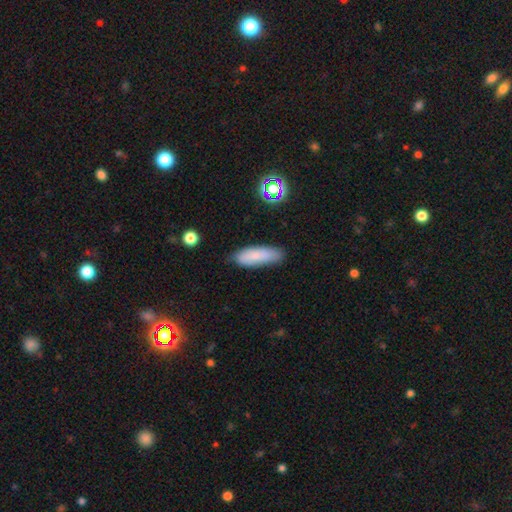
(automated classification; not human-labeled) Smooth or featured? Predicted: smooth (p=0.80). How rounded? Predicted: in between (p=0.53). Merging? Predicted: none (p=0.77).